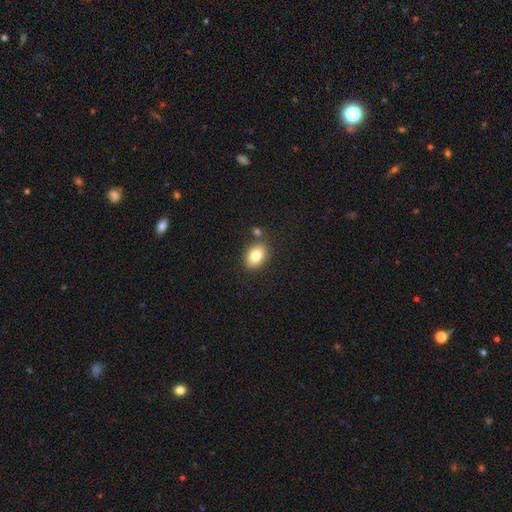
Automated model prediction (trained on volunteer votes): Smooth or featured? Predicted: smooth (p=0.81). How rounded? Predicted: in between (p=0.73). Merging? Predicted: none (p=0.80).